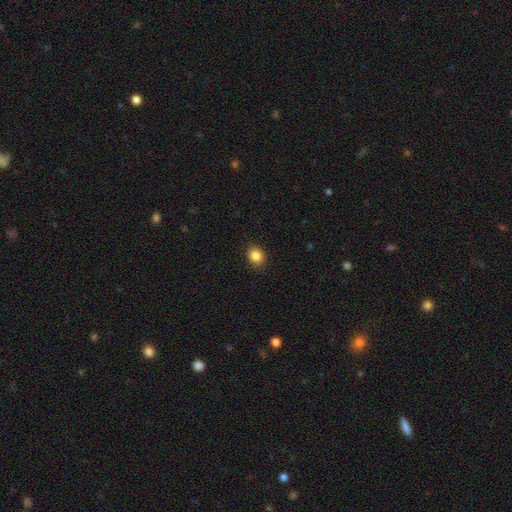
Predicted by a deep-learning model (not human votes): smooth 86%, star or artifact 10%, featured or disk 4%. Down the decision tree: how rounded — round (63%); merging — none (89%).